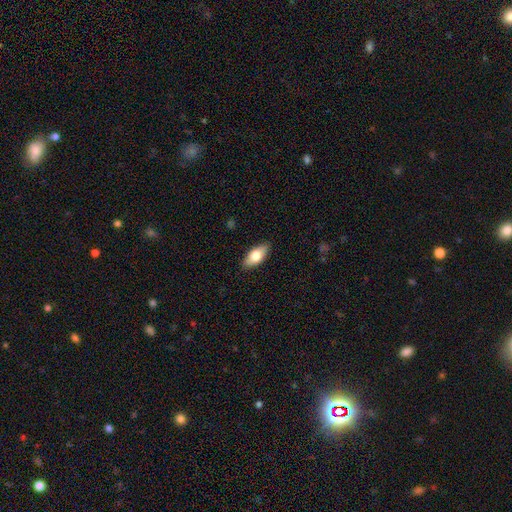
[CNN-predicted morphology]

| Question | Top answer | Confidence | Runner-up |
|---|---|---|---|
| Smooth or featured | smooth | 72% | featured or disk (22%) |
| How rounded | in between | 85% | cigar-shaped (12%) |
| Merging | none | 87% | minor disturbance (10%) |